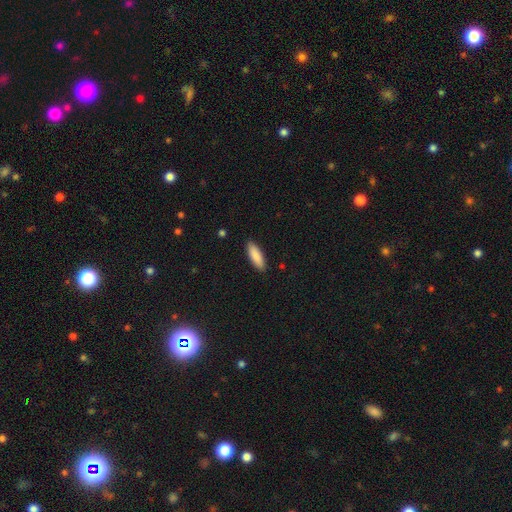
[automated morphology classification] smooth_or_featured: smooth (p=0.88) [alt: featured or disk p=0.06]
how_rounded: in between (p=0.53) [alt: cigar-shaped p=0.46]
merging: none (p=0.89) [alt: minor disturbance p=0.08]